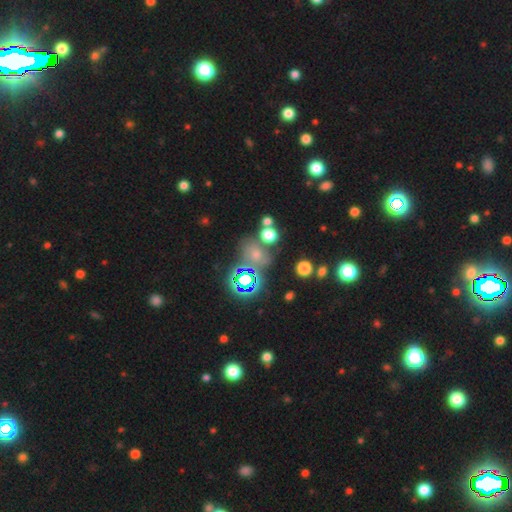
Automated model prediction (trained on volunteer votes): Smooth or featured? smooth (47%)
Merging? none (55%)